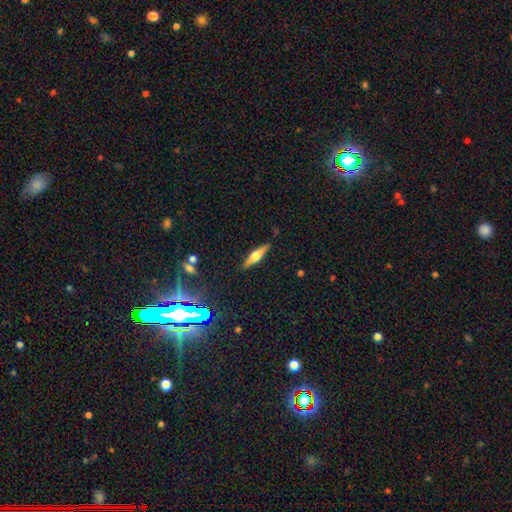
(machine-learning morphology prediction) This appears to be a featured or disk galaxy (56%) viewed edge-on (95%) with a rounded central bulge (89%). Merging: none (89%).